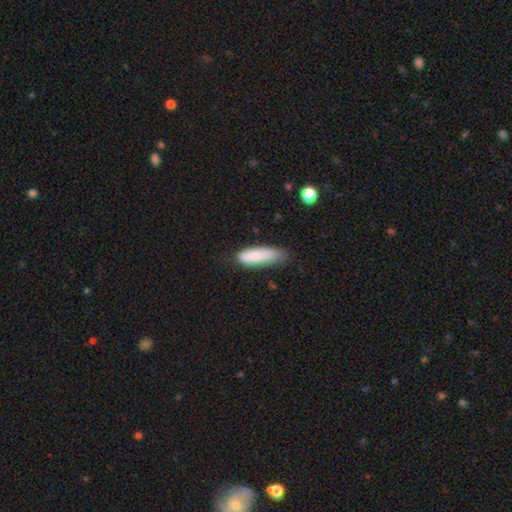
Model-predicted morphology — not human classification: Overall: smooth (83%). How rounded: cigar-shaped (56%; in between 43%). Merging: none (60%; minor disturbance 31%).